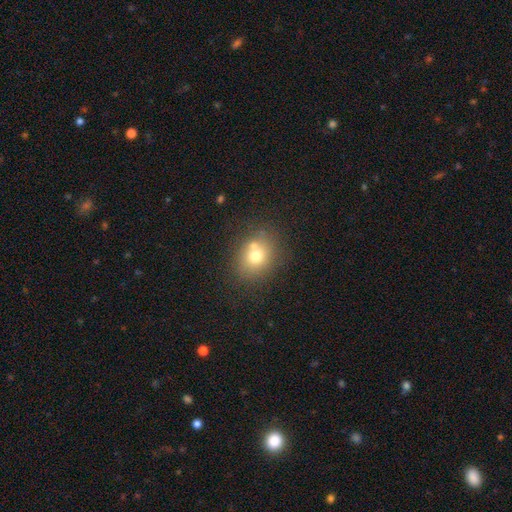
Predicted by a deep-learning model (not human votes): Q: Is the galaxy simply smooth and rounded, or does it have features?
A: smooth — 71%.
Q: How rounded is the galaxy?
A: round — 60%.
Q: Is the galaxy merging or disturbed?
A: none — 64%.